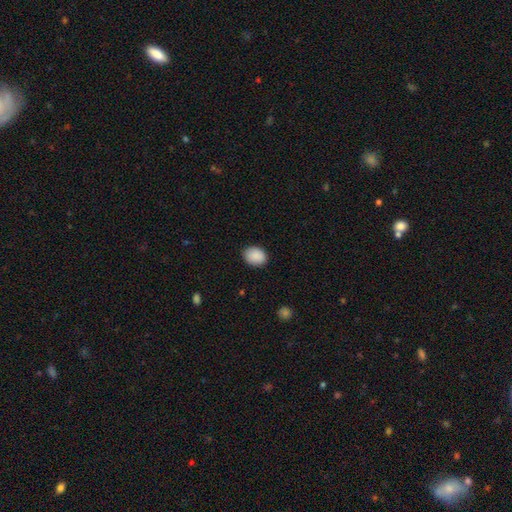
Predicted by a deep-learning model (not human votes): This is clearly a smooth galaxy (90%). How rounded: possibly in between (58%). Merging: clearly none (86%).